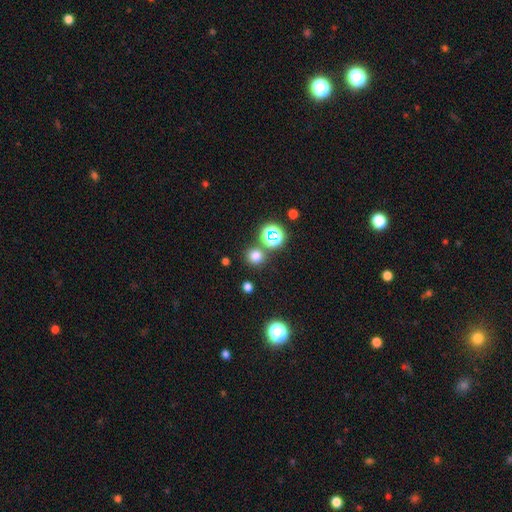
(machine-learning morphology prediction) Smooth or featured? smooth (71%)
How rounded? round (92%)
Merging? none (80%)